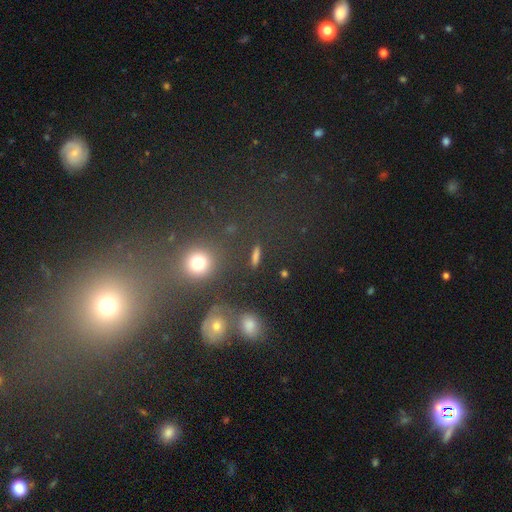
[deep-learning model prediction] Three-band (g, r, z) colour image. It shows a smooth galaxy with no disk features (59%) that is round (78%). Merging: none (68%).